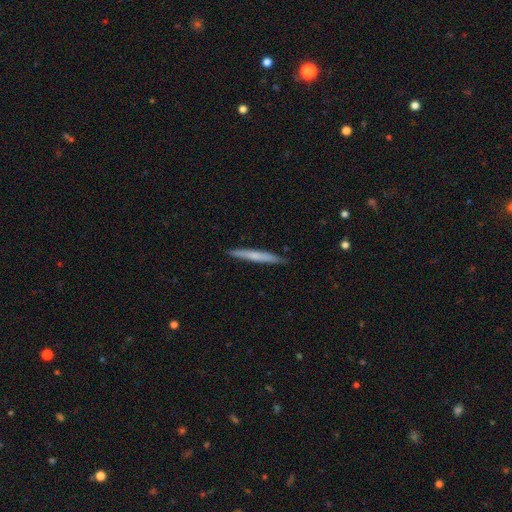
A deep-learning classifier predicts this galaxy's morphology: Smooth or featured? smooth (58%)
How rounded? cigar-shaped (96%)
Merging? none (90%)